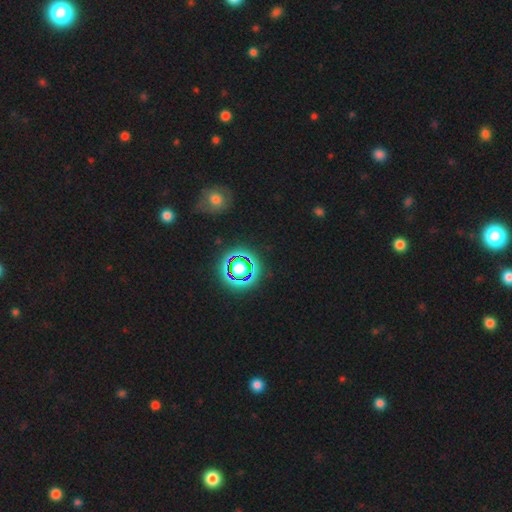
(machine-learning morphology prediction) Q: Smooth or featured?
A: star or artifact (75%); runner-up: smooth (17%)